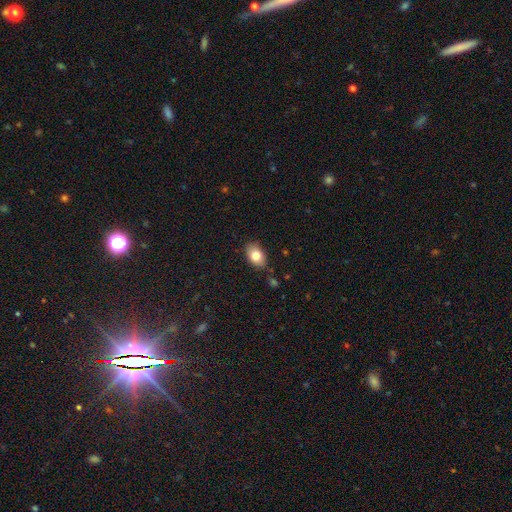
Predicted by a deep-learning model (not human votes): smooth_or_featured: smooth (p=0.82) [alt: featured or disk p=0.10]
how_rounded: in between (p=0.87) [alt: round p=0.12]
merging: none (p=0.81) [alt: minor disturbance p=0.14]